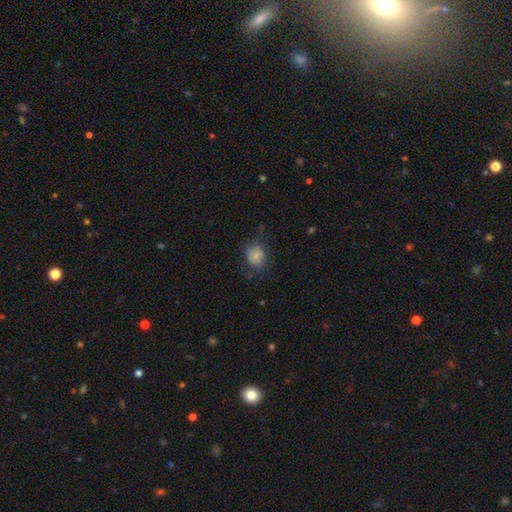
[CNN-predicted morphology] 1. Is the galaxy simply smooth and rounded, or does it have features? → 77% smooth, 14% featured or disk, 9% star or artifact.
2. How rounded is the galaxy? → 57% round, 42% in between, 1% cigar-shaped.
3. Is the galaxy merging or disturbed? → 57% none, 26% minor disturbance, 15% major disturbance, 2% merger.